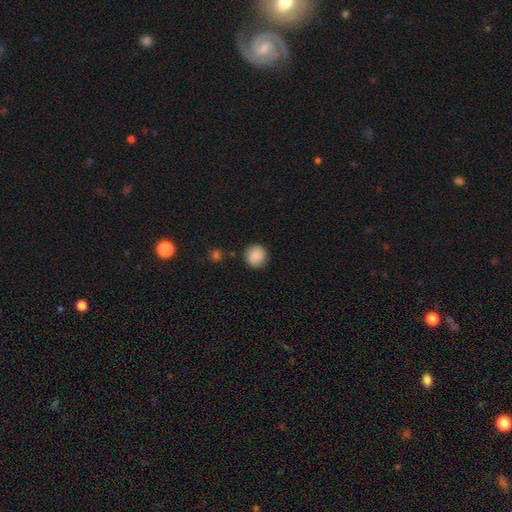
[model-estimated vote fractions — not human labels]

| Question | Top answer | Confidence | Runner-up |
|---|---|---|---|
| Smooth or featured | smooth | 87% | star or artifact (8%) |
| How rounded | round | 93% | in between (6%) |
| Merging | none | 89% | minor disturbance (7%) |